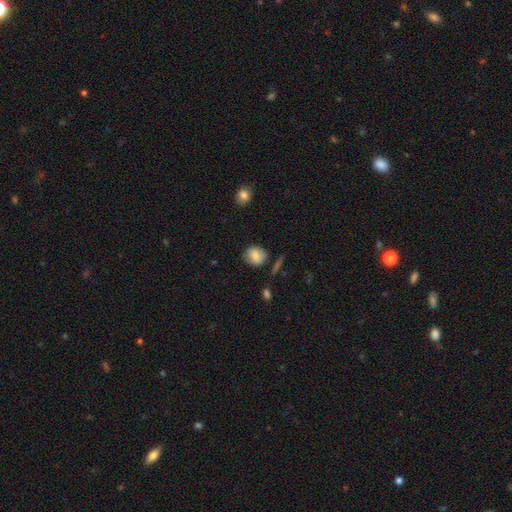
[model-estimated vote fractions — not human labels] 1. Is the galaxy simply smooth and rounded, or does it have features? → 81% smooth, 11% featured or disk, 8% star or artifact.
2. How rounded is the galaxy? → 70% round, 29% in between, 1% cigar-shaped.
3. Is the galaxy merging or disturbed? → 74% none, 18% minor disturbance, 5% major disturbance, 3% merger.